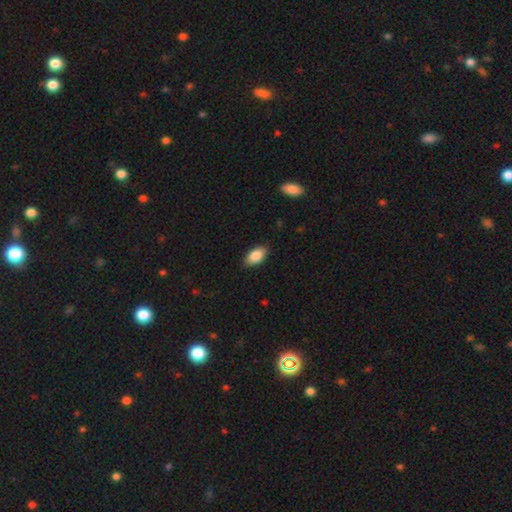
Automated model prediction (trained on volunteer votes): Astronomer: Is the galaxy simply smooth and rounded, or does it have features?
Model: smooth — 86%.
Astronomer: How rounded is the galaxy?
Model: in between — 93%.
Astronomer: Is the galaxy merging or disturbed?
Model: none — 87%.